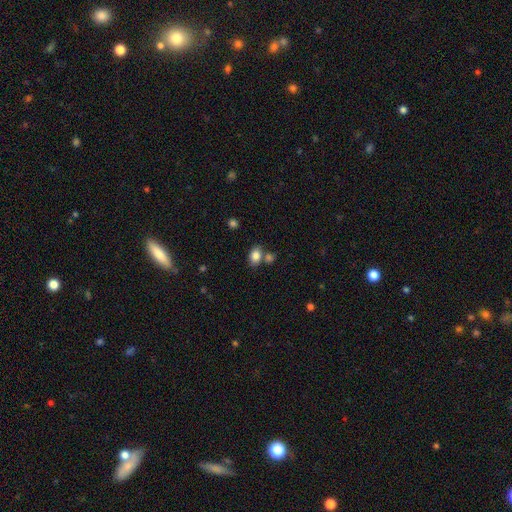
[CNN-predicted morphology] Smooth or featured? smooth (83%)
How rounded? in between (77%)
Merging? none (63%)